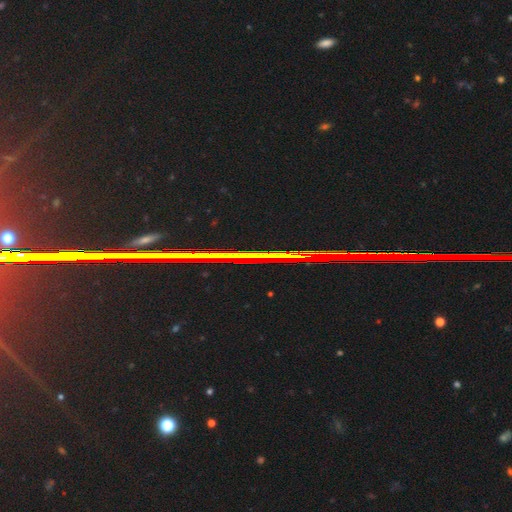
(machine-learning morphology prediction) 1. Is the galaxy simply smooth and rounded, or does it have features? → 85% star or artifact, 8% featured or disk, 7% smooth.